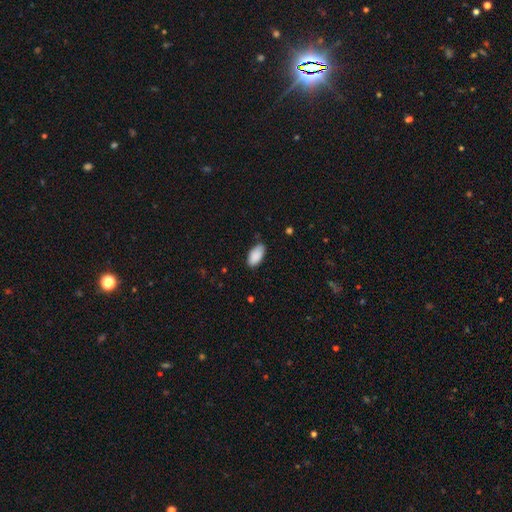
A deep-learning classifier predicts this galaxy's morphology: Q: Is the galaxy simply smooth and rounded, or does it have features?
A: smooth — 90%.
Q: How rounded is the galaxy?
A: in between — 94%.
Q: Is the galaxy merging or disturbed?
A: none — 78%.